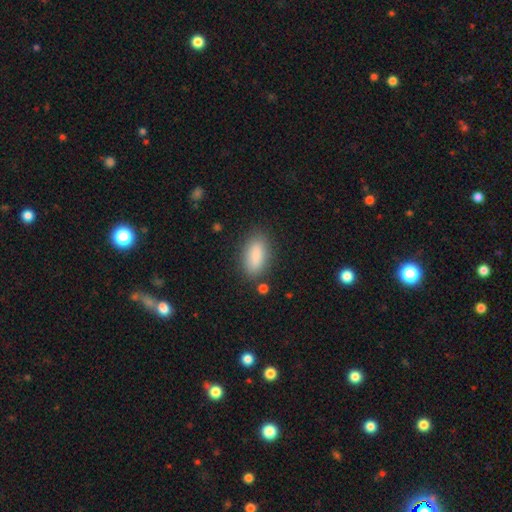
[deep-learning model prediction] This is clearly a smooth galaxy (87%). How rounded: clearly in between (85%). Merging: clearly none (82%).